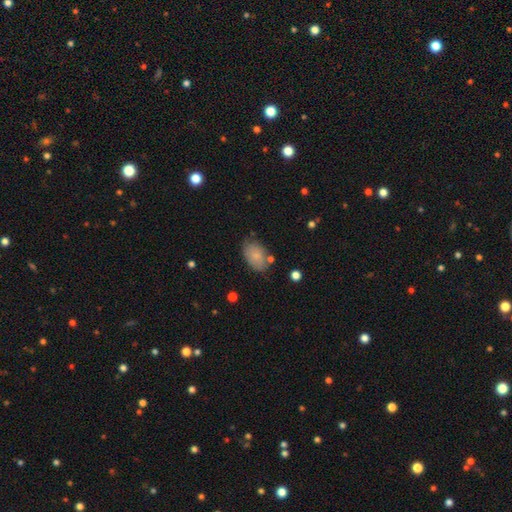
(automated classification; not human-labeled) This is clearly a smooth galaxy (80%). How rounded: clearly in between (90%). Merging: likely none (71%).